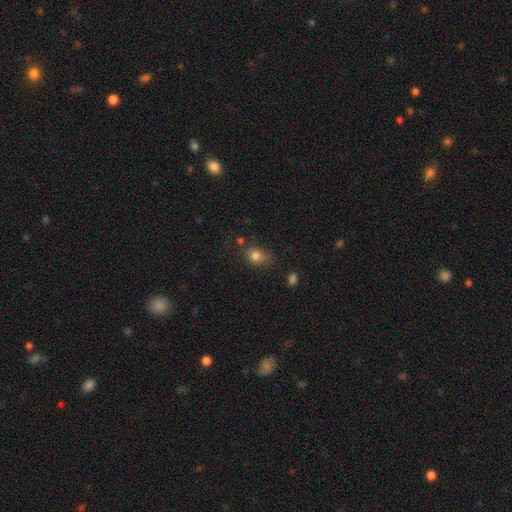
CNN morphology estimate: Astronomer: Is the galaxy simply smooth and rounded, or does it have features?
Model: smooth — 80%.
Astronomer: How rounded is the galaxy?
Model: in between — 59% (runner-up: round, 39%).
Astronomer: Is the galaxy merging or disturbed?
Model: none — 65%.